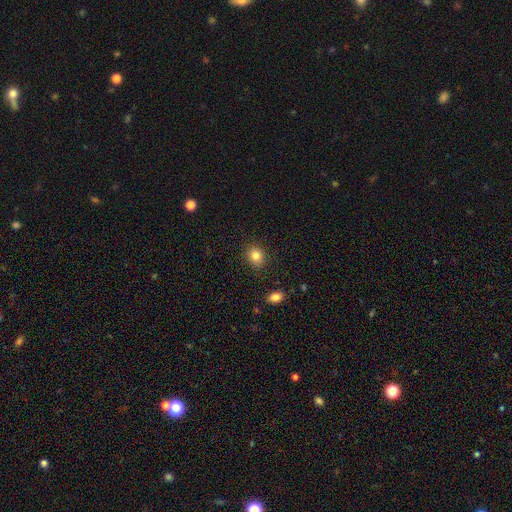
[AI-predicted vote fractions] This is clearly a smooth galaxy (82%). How rounded: likely round (66%). Merging: clearly none (87%).